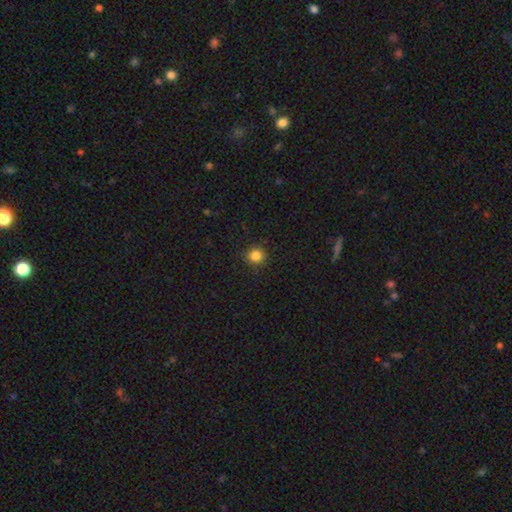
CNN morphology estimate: smooth_or_featured: smooth (p=0.84) [alt: star or artifact p=0.12]
how_rounded: round (p=0.91) [alt: in between p=0.08]
merging: none (p=0.88) [alt: minor disturbance p=0.08]